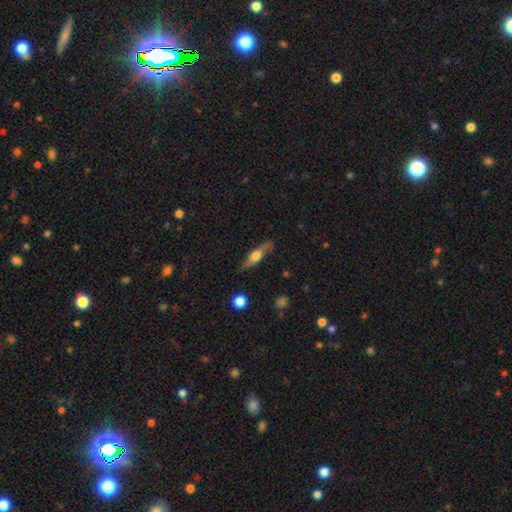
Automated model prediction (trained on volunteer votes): Q: Smooth or featured?
A: featured or disk (56%); runner-up: smooth (38%)
Q: Edge-on disk?
A: yes (89%); runner-up: no (11%)
Q: Edge-on bulge?
A: rounded (89%); runner-up: boxy (7%)
Q: Merging?
A: none (80%); runner-up: minor disturbance (15%)